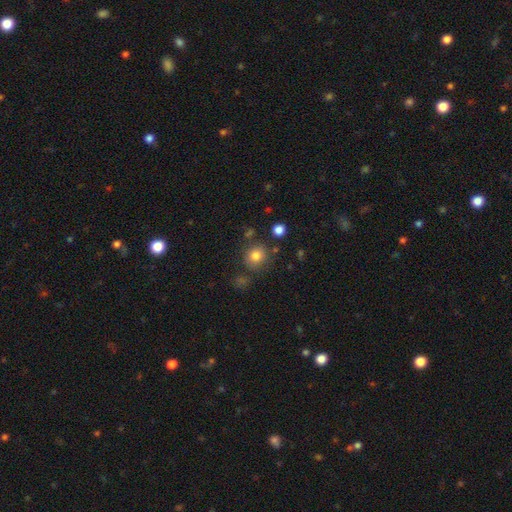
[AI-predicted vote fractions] smooth_or_featured: smooth (p=0.82) [alt: star or artifact p=0.12]
how_rounded: round (p=0.85) [alt: in between p=0.14]
merging: none (p=0.78) [alt: minor disturbance p=0.11]